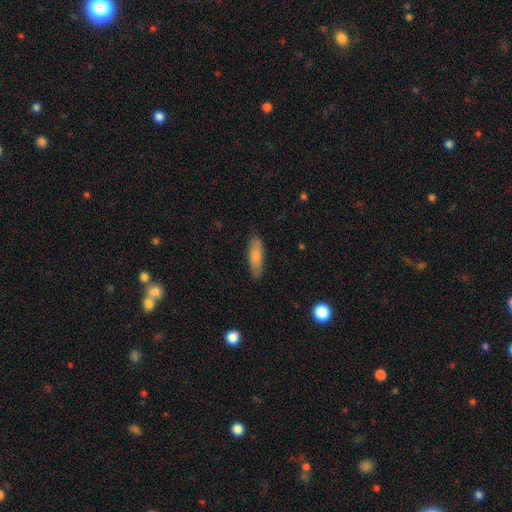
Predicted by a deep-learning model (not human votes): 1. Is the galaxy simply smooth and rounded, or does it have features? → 75% smooth, 19% featured or disk, 6% star or artifact.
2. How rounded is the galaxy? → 56% cigar-shaped, 42% in between, 2% round.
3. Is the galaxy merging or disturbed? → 84% none, 12% minor disturbance, 2% major disturbance, 1% merger.